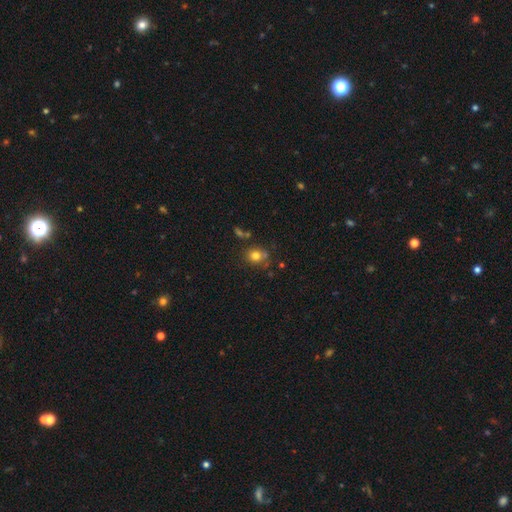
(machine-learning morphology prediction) The model was most divided on "how rounded": round: 73%, in between: 26%, cigar-shaped: 1%. More confident: smooth or featured — smooth (77%); merging — none (67%).